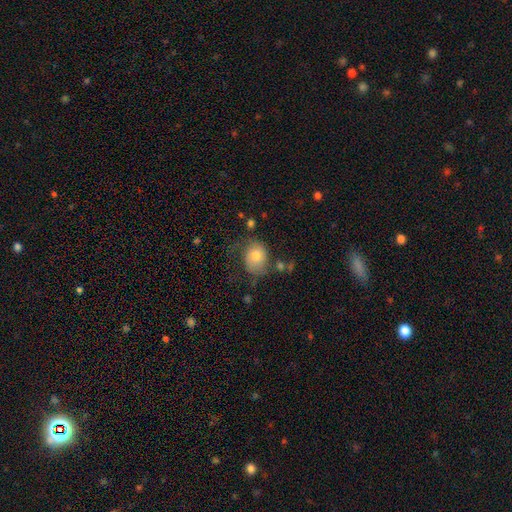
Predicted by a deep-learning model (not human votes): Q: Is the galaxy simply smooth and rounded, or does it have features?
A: smooth — 71%.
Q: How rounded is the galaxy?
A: round — 54%.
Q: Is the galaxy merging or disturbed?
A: none — 49%.